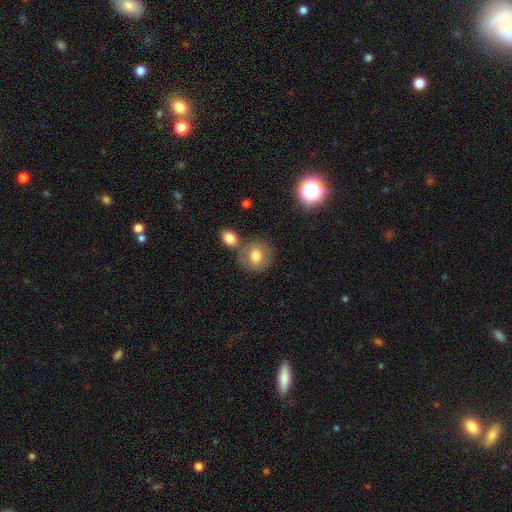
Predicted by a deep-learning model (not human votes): Q: Smooth or featured?
A: smooth (76%); runner-up: featured or disk (16%)
Q: How rounded?
A: round (84%); runner-up: in between (15%)
Q: Merging?
A: none (60%); runner-up: merger (24%)